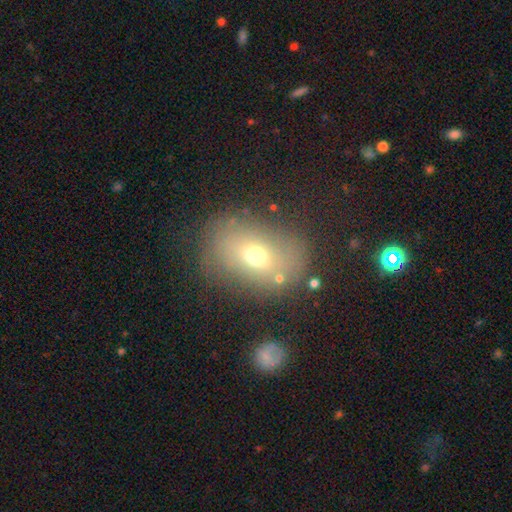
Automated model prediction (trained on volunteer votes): A smooth galaxy with no disk features (62%) that is in between round and cigar-shaped (70%).

Vote fractions:
- Smooth or featured? smooth: 62% / featured or disk: 23% / star or artifact: 15%
- How rounded? in between: 70% / round: 28% / cigar-shaped: 2%
- Merging? none: 73% / minor disturbance: 15% / major disturbance: 7% / merger: 4%